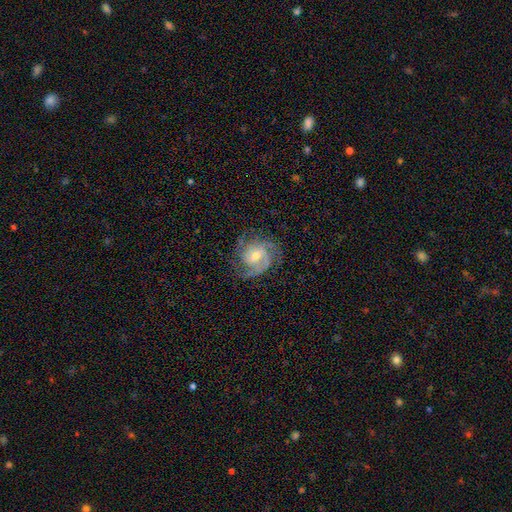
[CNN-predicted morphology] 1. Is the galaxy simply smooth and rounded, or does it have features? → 85% featured or disk, 10% smooth, 6% star or artifact.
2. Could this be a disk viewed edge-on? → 98% no, 2% yes.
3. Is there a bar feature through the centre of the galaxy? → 46% weak, 44% no, 10% strong.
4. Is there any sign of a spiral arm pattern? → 96% yes, 4% no.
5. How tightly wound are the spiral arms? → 47% medium, 36% tight, 17% loose.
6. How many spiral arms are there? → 39% 2, 25% 3, 17% can't tell, 8% 1, 5% 4, 4% more than 4.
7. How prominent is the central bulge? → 49% moderate, 46% small, 3% large, 2% none, 1% dominant.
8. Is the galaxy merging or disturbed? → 68% none, 19% minor disturbance, 12% major disturbance, 1% merger.